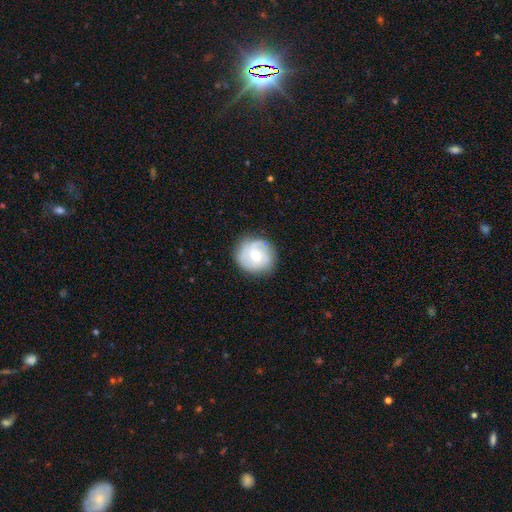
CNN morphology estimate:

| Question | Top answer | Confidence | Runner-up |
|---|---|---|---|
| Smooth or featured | featured or disk | 63% | smooth (31%) |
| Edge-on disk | no | 98% | yes (2%) |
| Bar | no | 55% | weak (38%) |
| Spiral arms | yes | 87% | no (13%) |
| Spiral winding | tight | 49% | medium (38%) |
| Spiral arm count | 2 | 34% | 3 (28%) |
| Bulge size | moderate | 61% | small (33%) |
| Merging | none | 80% | minor disturbance (14%) |